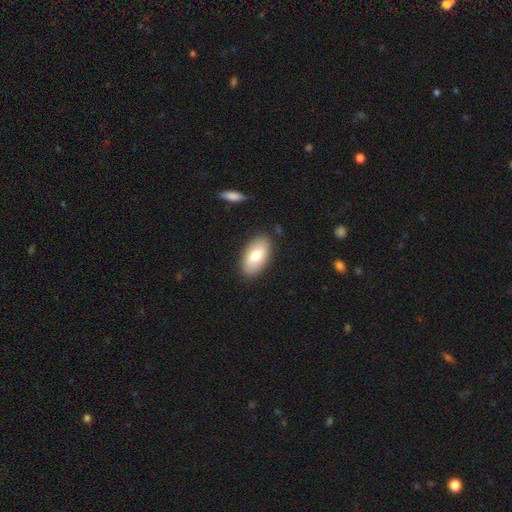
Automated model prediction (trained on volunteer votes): Smooth or featured: smooth — 76% (featured or disk — 19%)
How rounded: in between — 94% (round — 3%)
Merging: none — 86% (minor disturbance — 10%)